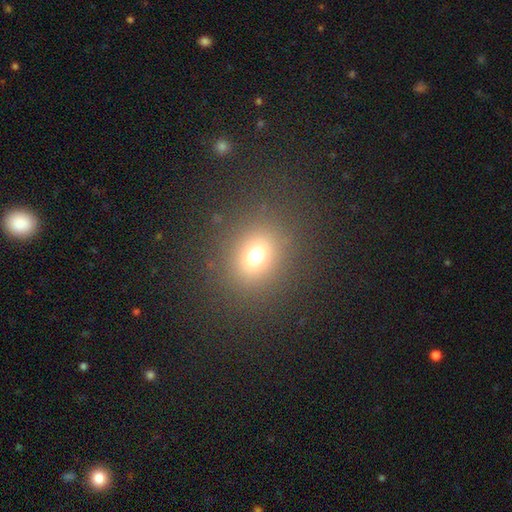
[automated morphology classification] Smooth or featured? smooth (71%)
How rounded? round (71%)
Merging? none (85%)